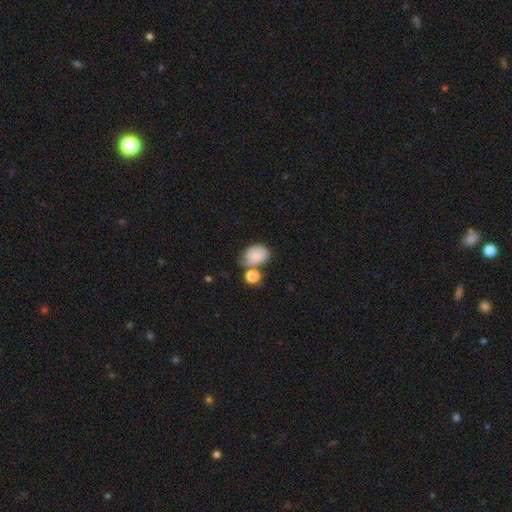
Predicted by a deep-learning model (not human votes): This is likely a smooth galaxy (72%). How rounded: likely in between (70%). Merging: possibly none (45%).